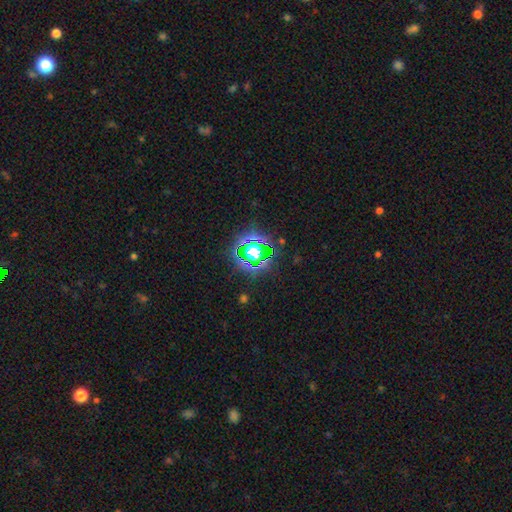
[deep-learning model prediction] This is possibly a star or artifact rather than a galaxy (51%).